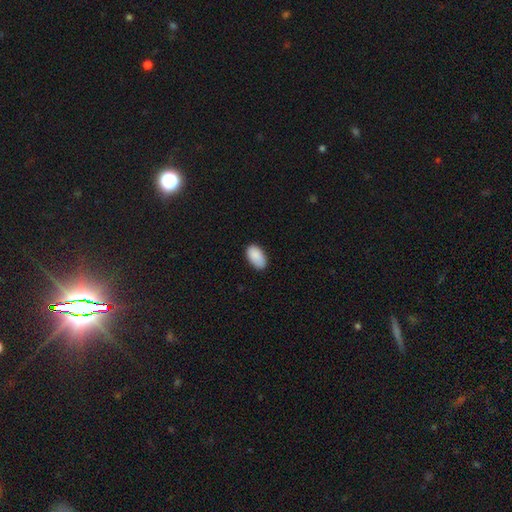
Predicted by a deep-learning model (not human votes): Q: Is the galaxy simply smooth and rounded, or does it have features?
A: smooth — 90%.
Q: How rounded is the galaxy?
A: in between — 95%.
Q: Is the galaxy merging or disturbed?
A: none — 80%.